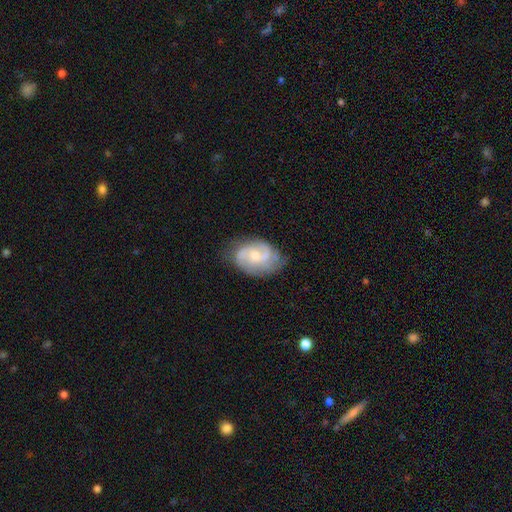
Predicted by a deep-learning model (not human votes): The model was most divided on "bulge size": small: 50%, moderate: 45%, large: 2%, none: 2%, dominant: 1%. Remaining: edge-on disk — no (97%); spiral arms — yes (94%); smooth or featured — featured or disk (78%); spiral arm count — 2 (69%); merging — none (69%); bar — no (56%); spiral winding — medium (49%).